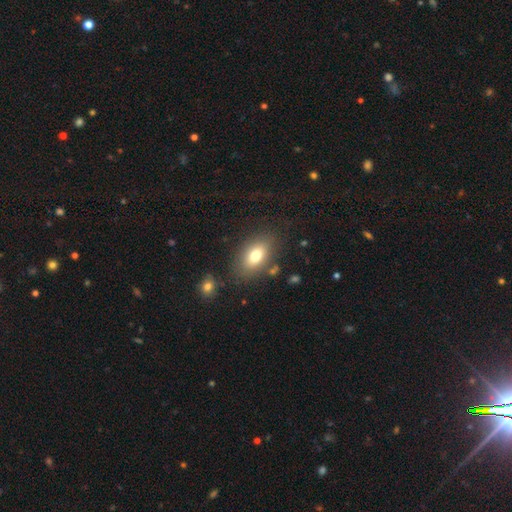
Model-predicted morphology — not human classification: smooth_or_featured: smooth (p=0.75) [alt: featured or disk p=0.16]
how_rounded: in between (p=0.87) [alt: round p=0.10]
merging: none (p=0.79) [alt: minor disturbance p=0.12]